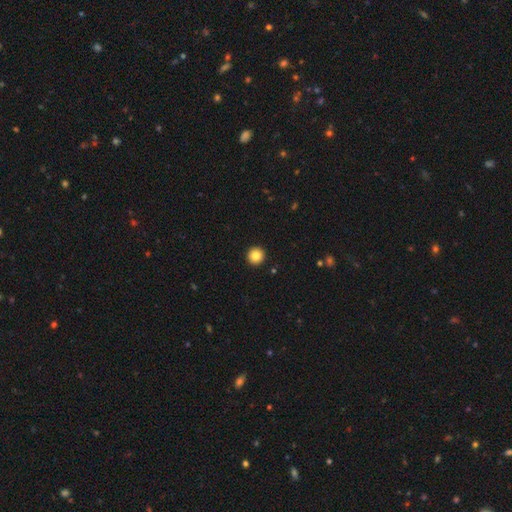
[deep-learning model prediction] smooth_or_featured: smooth (p=0.84) [alt: star or artifact p=0.10]
how_rounded: round (p=0.96) [alt: in between p=0.03]
merging: none (p=0.94) [alt: minor disturbance p=0.03]